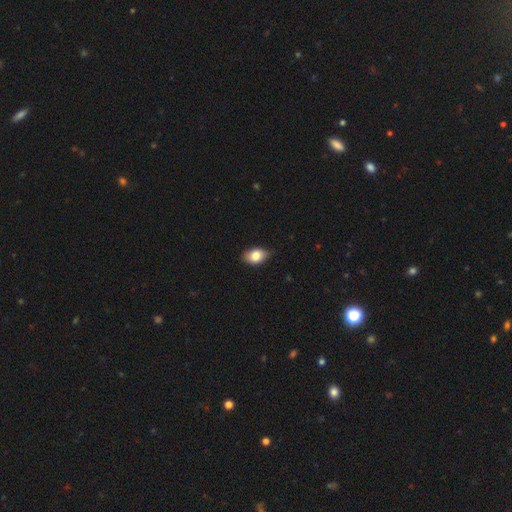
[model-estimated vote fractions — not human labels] smooth-or-featured: smooth: 81% | featured or disk: 11% | star or artifact: 8%
  how-rounded: in between: 84% | round: 15% | cigar-shaped: 2%
  merging: none: 76% | minor disturbance: 20% | major disturbance: 3% | merger: 1%